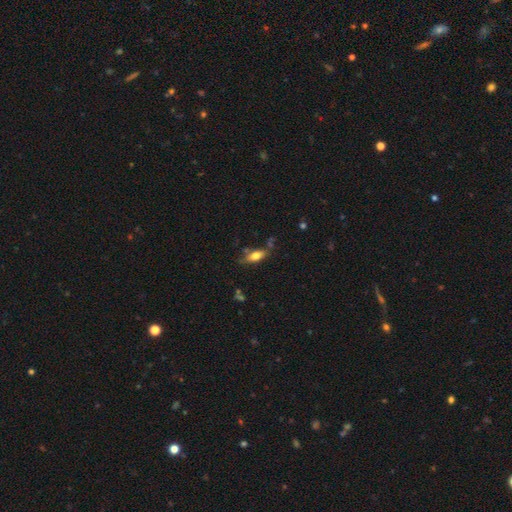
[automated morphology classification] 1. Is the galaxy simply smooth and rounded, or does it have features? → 70% smooth, 22% featured or disk, 9% star or artifact.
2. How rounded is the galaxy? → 76% in between, 21% cigar-shaped, 3% round.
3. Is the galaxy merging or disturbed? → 64% none, 22% minor disturbance, 8% merger, 7% major disturbance.